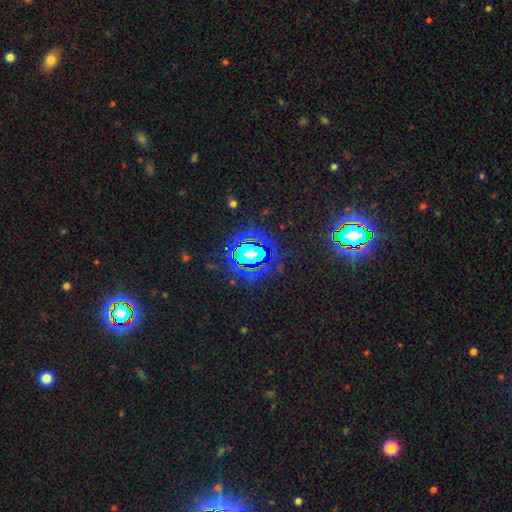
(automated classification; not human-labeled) A star or artifact, not a galaxy (82%).